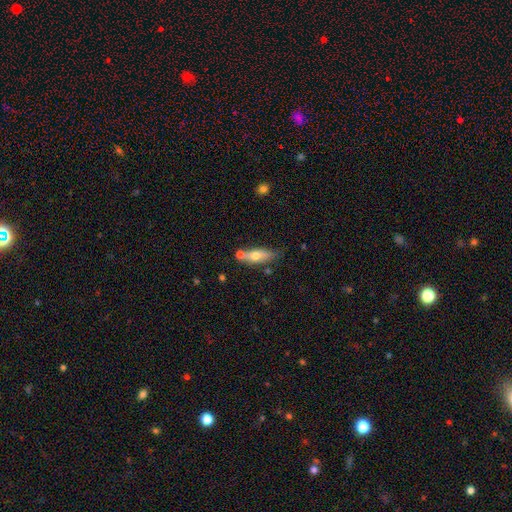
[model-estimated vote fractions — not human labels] Q: Smooth or featured?
A: smooth (61%); runner-up: featured or disk (32%)
Q: How rounded?
A: in between (57%); runner-up: cigar-shaped (40%)
Q: Merging?
A: none (56%); runner-up: merger (21%)